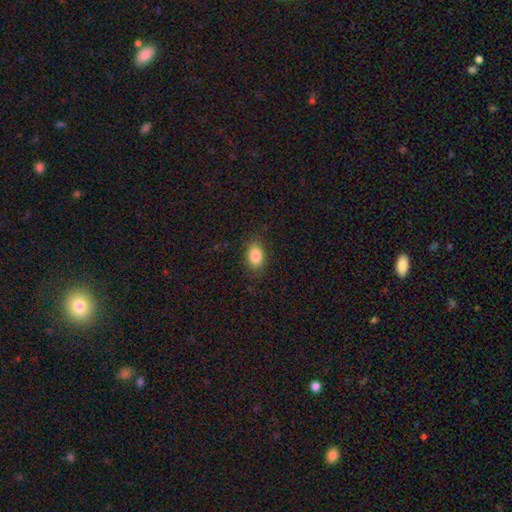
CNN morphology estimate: Q: Smooth or featured?
A: smooth (86%); runner-up: star or artifact (8%)
Q: How rounded?
A: in between (86%); runner-up: round (12%)
Q: Merging?
A: none (86%); runner-up: minor disturbance (11%)